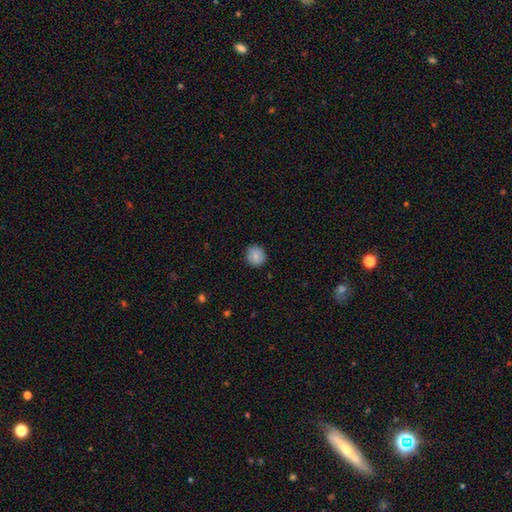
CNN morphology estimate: Smooth or featured?
  - smooth: 84% *
  - star or artifact: 8%
  - featured or disk: 8%
How rounded?
  - round: 90% *
  - in between: 9%
  - cigar-shaped: 1%
Merging?
  - none: 85% *
  - minor disturbance: 12%
  - major disturbance: 2%
  - merger: 1%